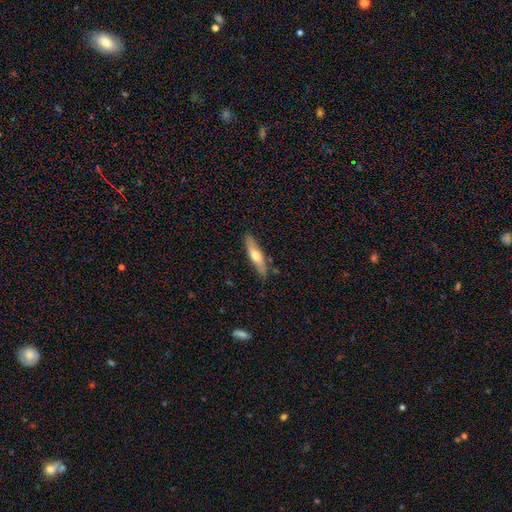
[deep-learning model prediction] Smooth or featured: smooth — 57% (featured or disk — 38%)
How rounded: cigar-shaped — 73% (in between — 25%)
Merging: none — 82% (minor disturbance — 13%)